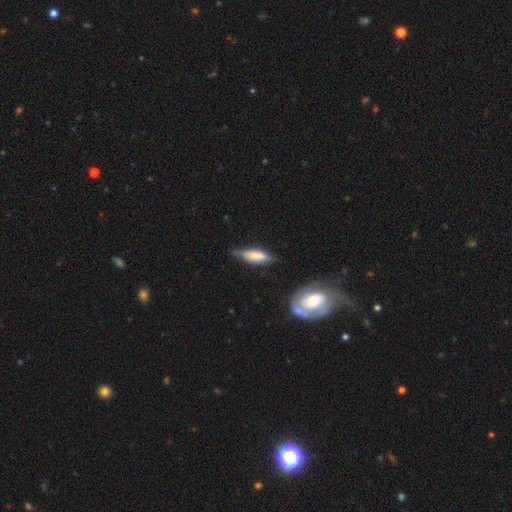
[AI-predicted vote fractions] This appears to be a smooth galaxy with no disk features (63%) that is in between round and cigar-shaped (50%). Merging: none (60%).